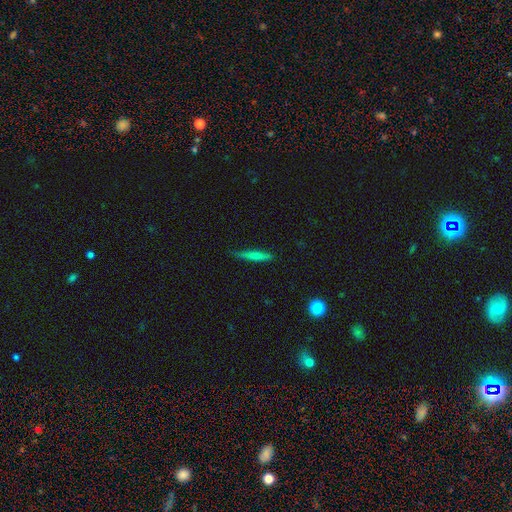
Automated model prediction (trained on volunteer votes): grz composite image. It shows a smooth galaxy with no disk features (64%) that is cigar-shaped (90%). Merging: none (80%).